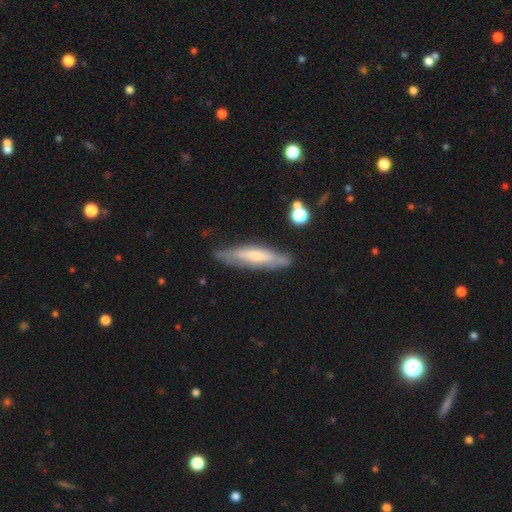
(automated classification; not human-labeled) The model was most divided on "smooth or featured": featured or disk: 55%, smooth: 38%, star or artifact: 7%. More confident: merging — none (76%); edge-on disk — yes (65%).